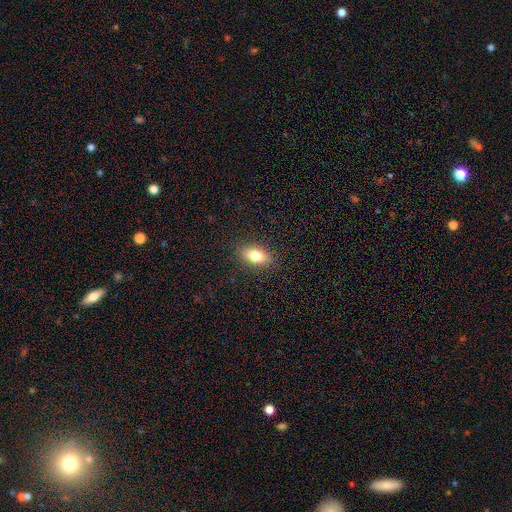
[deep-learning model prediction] This is likely a smooth galaxy (79%). How rounded: clearly in between (86%). Merging: clearly none (88%).